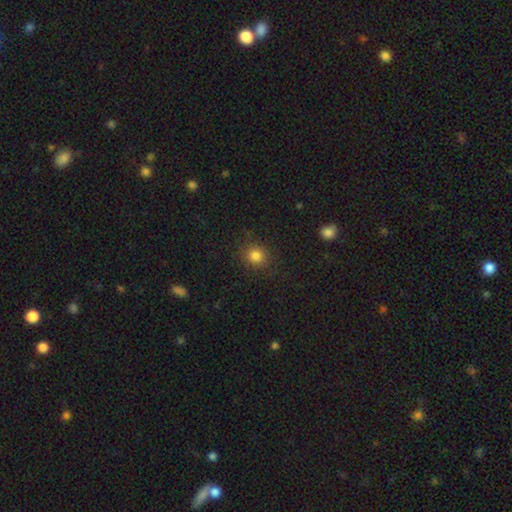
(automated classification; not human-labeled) Smooth or featured: smooth — 83% (star or artifact — 12%)
How rounded: round — 85% (in between — 14%)
Merging: none — 87% (minor disturbance — 9%)